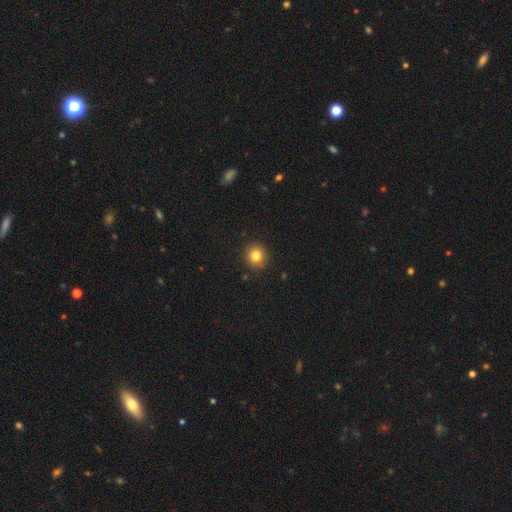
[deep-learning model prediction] A smooth galaxy with no disk features (83%) that is round (87%).

Vote fractions:
- Smooth or featured? smooth: 83% / star or artifact: 11% / featured or disk: 6%
- How rounded? round: 87% / in between: 13% / cigar-shaped: 1%
- Merging? none: 91% / minor disturbance: 6% / major disturbance: 2% / merger: 1%